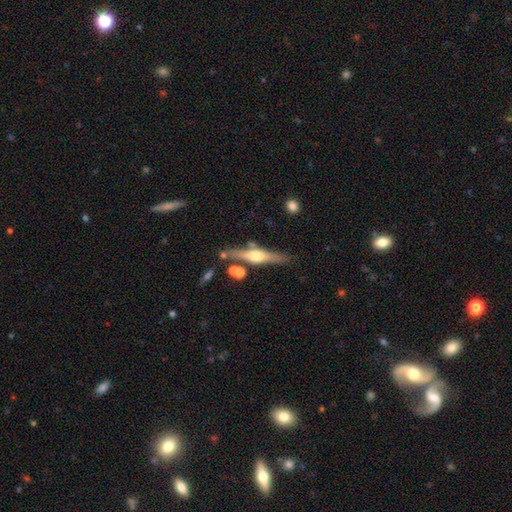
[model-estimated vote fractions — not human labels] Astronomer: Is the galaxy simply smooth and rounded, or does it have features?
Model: featured or disk — 69%.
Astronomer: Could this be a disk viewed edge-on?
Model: yes — 96%.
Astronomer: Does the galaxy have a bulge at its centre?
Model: rounded — 91%.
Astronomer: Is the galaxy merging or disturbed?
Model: none — 76%.